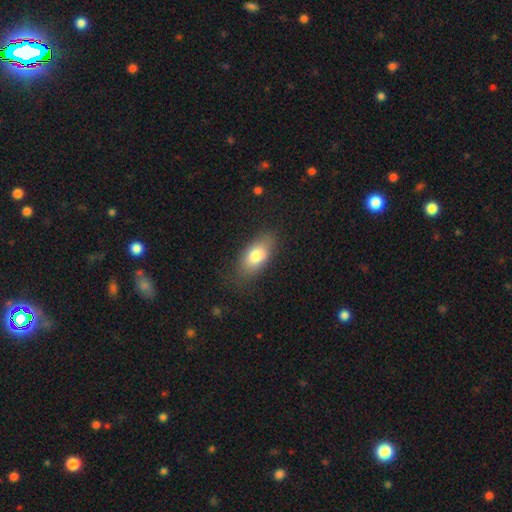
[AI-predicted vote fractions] Smooth or featured?
  - smooth: 78% *
  - featured or disk: 15%
  - star or artifact: 8%
How rounded?
  - in between: 88% *
  - cigar-shaped: 7%
  - round: 5%
Merging?
  - none: 77% *
  - minor disturbance: 17%
  - major disturbance: 5%
  - merger: 1%